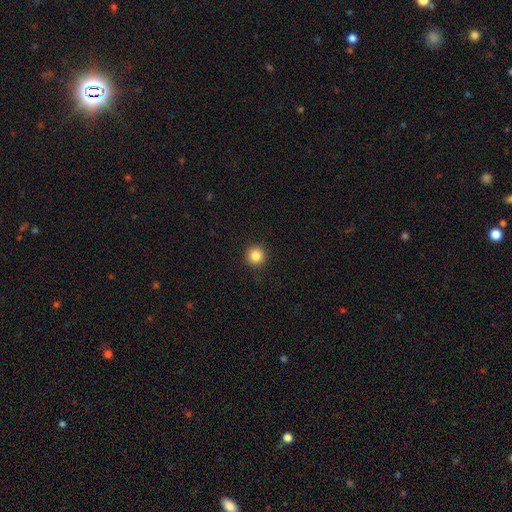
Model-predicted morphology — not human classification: Overall: smooth (86%). How rounded: round (96%). Merging: none (93%).